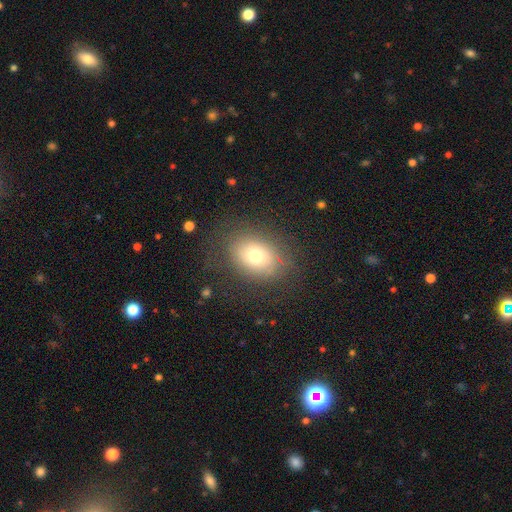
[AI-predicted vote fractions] smooth-or-featured: smooth: 68% | featured or disk: 20% | star or artifact: 12%
  how-rounded: in between: 65% | round: 34% | cigar-shaped: 1%
  merging: none: 77% | minor disturbance: 14% | major disturbance: 8% | merger: 1%